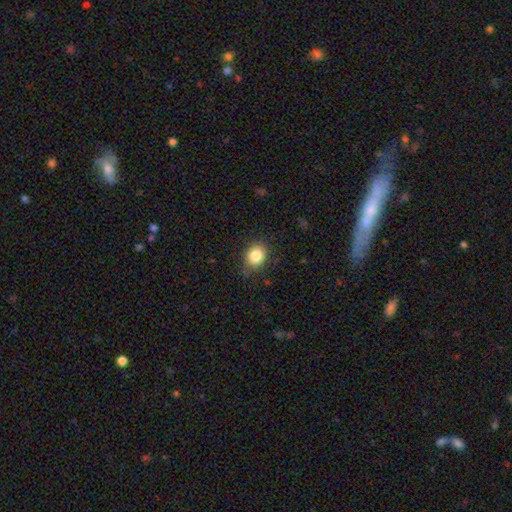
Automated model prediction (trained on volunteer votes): A smooth galaxy with no disk features (84%) that is round (60%). Merging: none (82%).